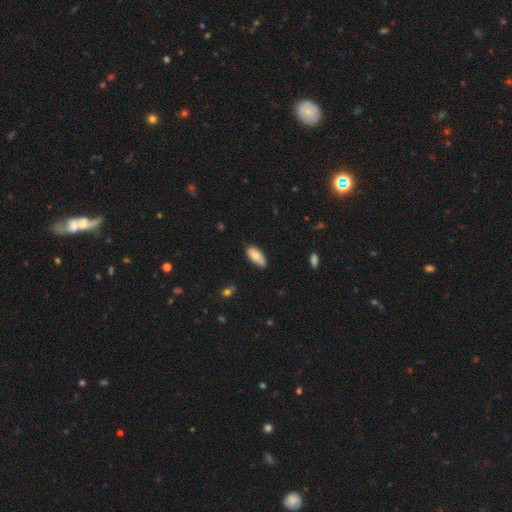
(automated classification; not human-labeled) smooth 75%, featured or disk 18%, star or artifact 7%. Down the decision tree: how rounded — in between (86%); merging — none (64%).